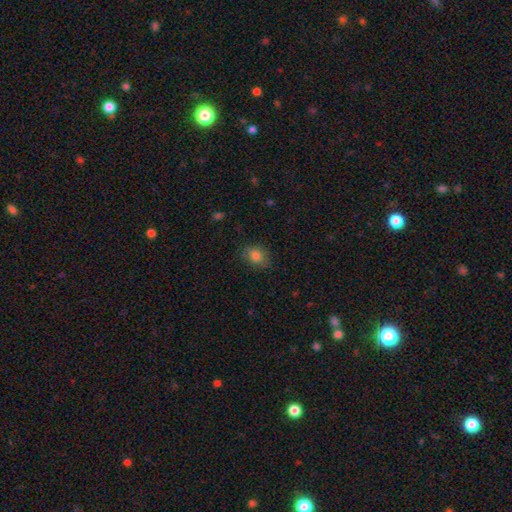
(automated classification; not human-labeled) Smooth or featured? smooth (82%)
How rounded? in between (60%)
Merging? none (79%)